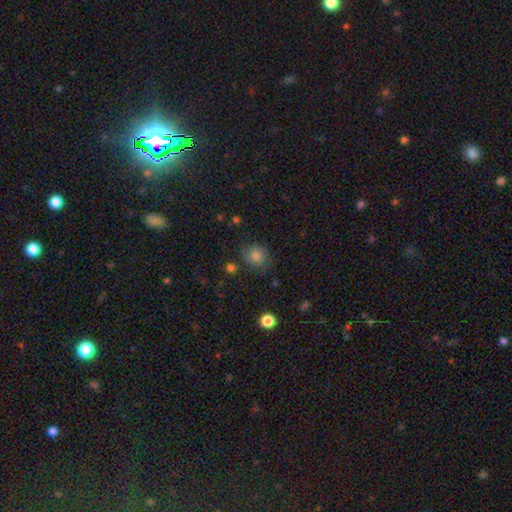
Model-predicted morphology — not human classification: smooth-or-featured: smooth: 74% | star or artifact: 14% | featured or disk: 12%
  how-rounded: round: 74% | in between: 25% | cigar-shaped: 1%
  merging: none: 73% | minor disturbance: 19% | major disturbance: 6% | merger: 2%